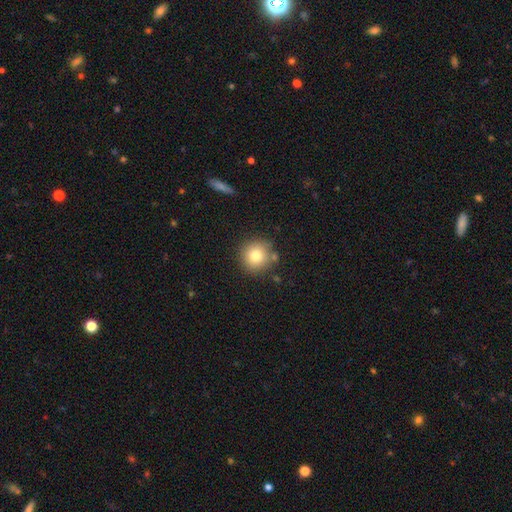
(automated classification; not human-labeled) smooth-or-featured: smooth: 78% | star or artifact: 11% | featured or disk: 10%
  how-rounded: round: 93% | in between: 6% | cigar-shaped: 1%
  merging: none: 81% | minor disturbance: 10% | merger: 6% | major disturbance: 3%